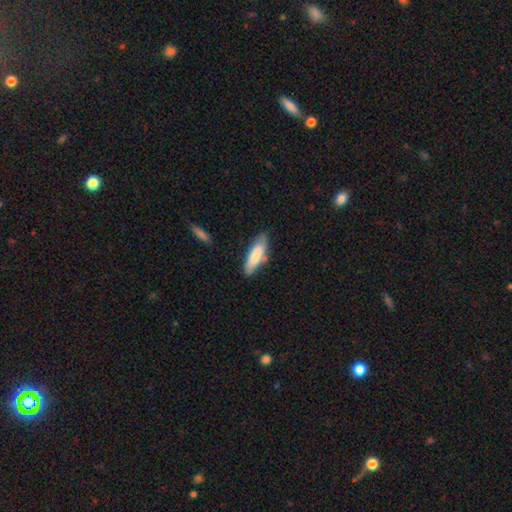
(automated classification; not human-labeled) smooth-or-featured: smooth: 78% | featured or disk: 16% | star or artifact: 6%
  how-rounded: in between: 54% | cigar-shaped: 45% | round: 2%
  merging: none: 74% | minor disturbance: 18% | merger: 4% | major disturbance: 3%